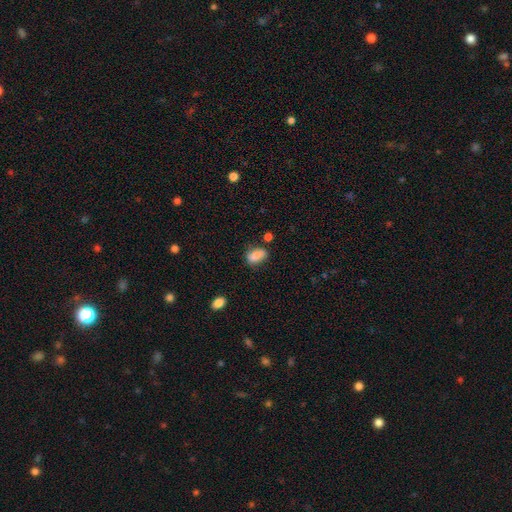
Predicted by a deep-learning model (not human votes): smooth 82%, featured or disk 10%, star or artifact 8%. Down the decision tree: how rounded — in between (87%); merging — none (64%).